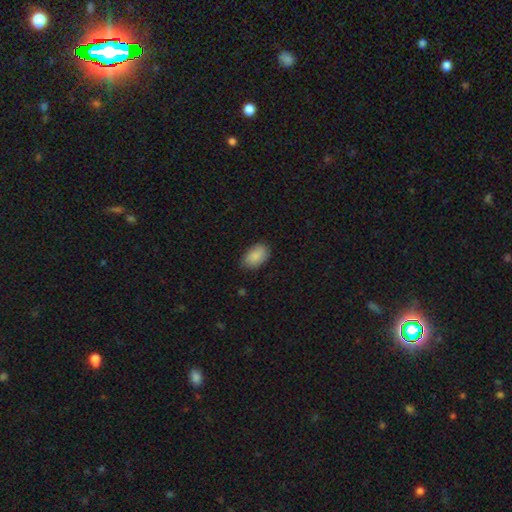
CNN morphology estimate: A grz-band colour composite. It shows a smooth galaxy with no disk features (88%) that is in between round and cigar-shaped (92%). Merging: none (79%).